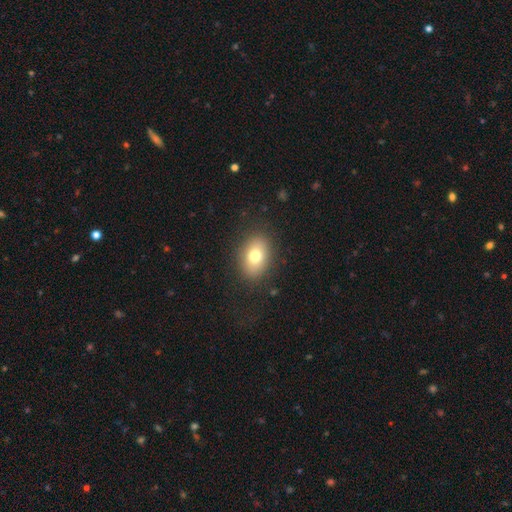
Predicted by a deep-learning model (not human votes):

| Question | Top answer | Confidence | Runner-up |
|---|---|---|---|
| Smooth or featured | smooth | 74% | featured or disk (15%) |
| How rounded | in between | 74% | round (24%) |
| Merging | none | 84% | minor disturbance (10%) |